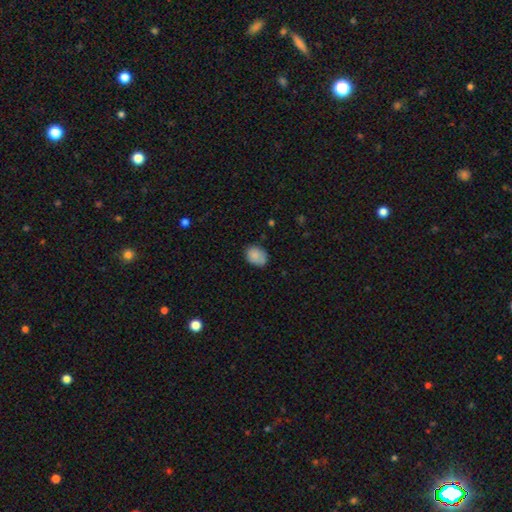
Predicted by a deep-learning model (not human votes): This appears to be a smooth galaxy with no disk features (85%) that is in between round and cigar-shaped (67%). Merging: none (72%).